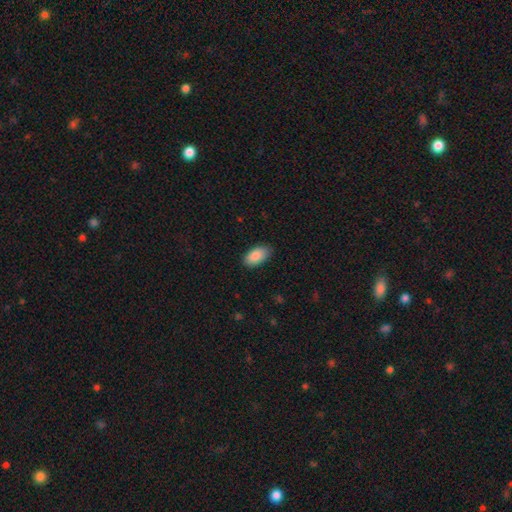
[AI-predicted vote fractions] Smooth or featured: smooth — 89% (star or artifact — 6%)
How rounded: in between — 94% (round — 3%)
Merging: none — 85% (minor disturbance — 11%)